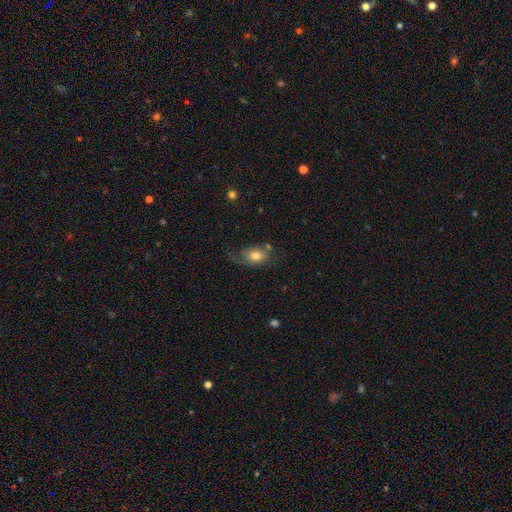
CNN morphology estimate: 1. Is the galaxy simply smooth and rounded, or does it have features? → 71% smooth, 20% featured or disk, 9% star or artifact.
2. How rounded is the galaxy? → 78% in between, 20% round, 2% cigar-shaped.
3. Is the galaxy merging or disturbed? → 46% none, 28% minor disturbance, 21% major disturbance, 6% merger.